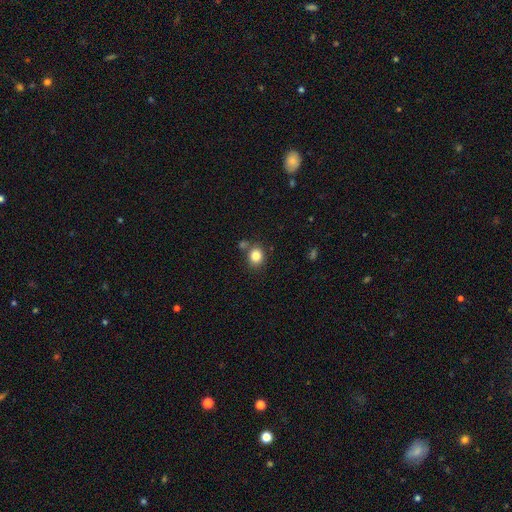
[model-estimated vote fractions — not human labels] Morphology: type=smooth (84%); roundness=round (68%); merging=none (72%).